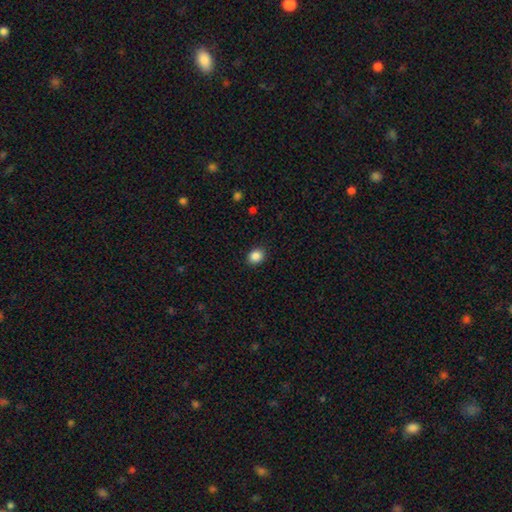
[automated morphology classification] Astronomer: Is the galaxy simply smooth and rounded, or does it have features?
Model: smooth — 87%.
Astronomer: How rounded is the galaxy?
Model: round — 57% (runner-up: in between, 42%).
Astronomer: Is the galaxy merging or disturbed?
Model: none — 90%.